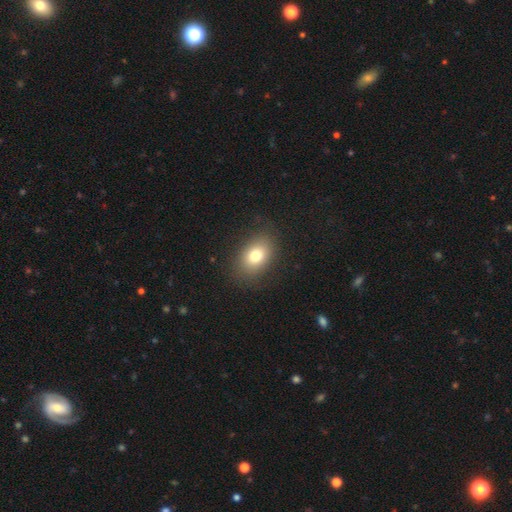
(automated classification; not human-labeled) This appears to be a smooth galaxy with no disk features (77%) that is in between round and cigar-shaped (76%). Merging: none (84%).